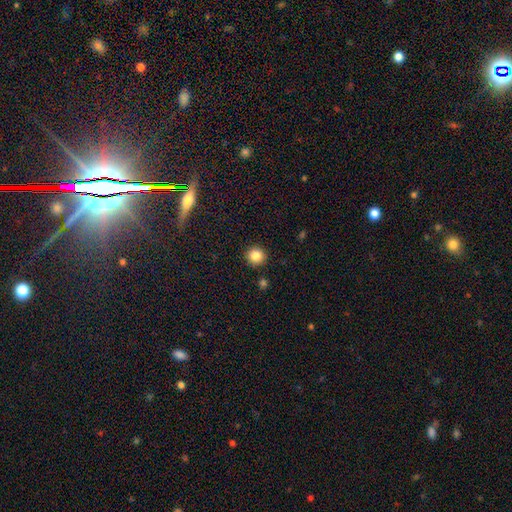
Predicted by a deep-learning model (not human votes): smooth_or_featured: smooth (p=0.85) [alt: star or artifact p=0.10]
how_rounded: round (p=0.94) [alt: in between p=0.05]
merging: none (p=0.91) [alt: minor disturbance p=0.05]